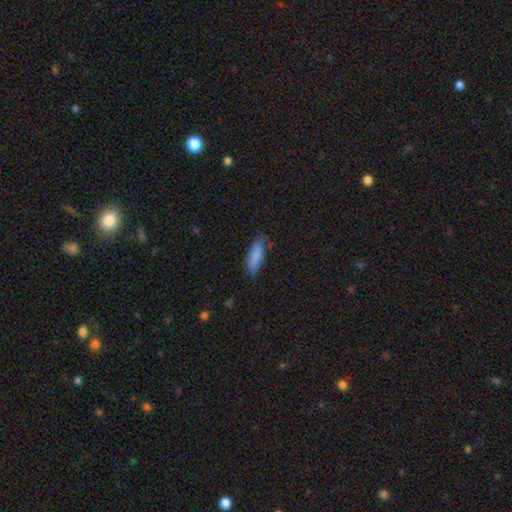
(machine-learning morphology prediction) Overall: smooth (84%). How rounded: cigar-shaped (56%; in between 42%). Merging: none (76%).